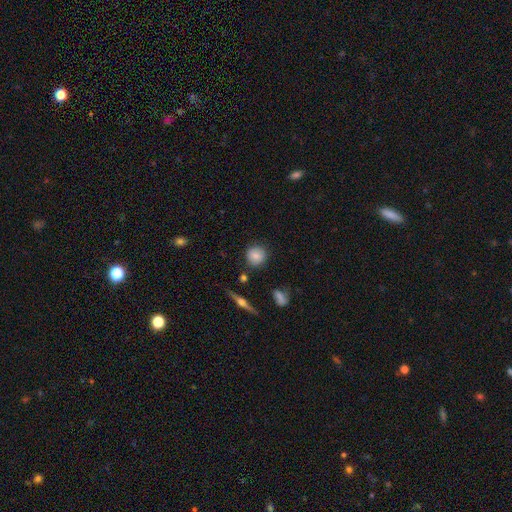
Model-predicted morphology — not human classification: Smooth or featured?
  - smooth: 80% *
  - featured or disk: 11%
  - star or artifact: 9%
How rounded?
  - round: 90% *
  - in between: 9%
  - cigar-shaped: 1%
Merging?
  - none: 86% *
  - minor disturbance: 10%
  - major disturbance: 2%
  - merger: 2%